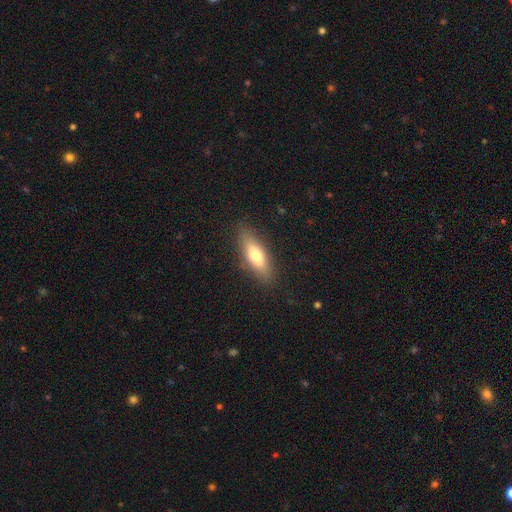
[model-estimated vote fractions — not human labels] A smooth galaxy with no disk features (69%) that is in between round and cigar-shaped (56%). Merging: none (85%).